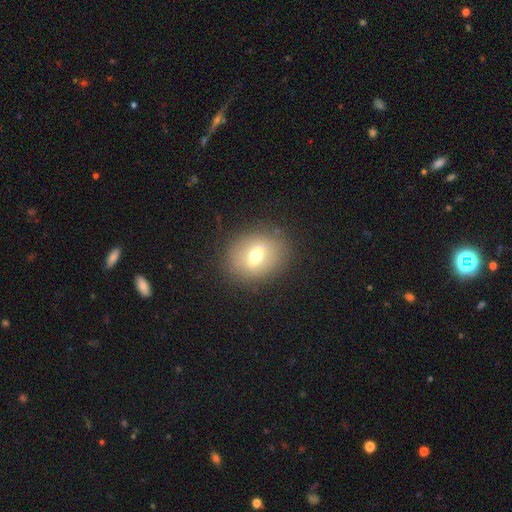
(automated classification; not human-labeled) Q: Smooth or featured?
A: smooth (49%); runner-up: featured or disk (40%)
Q: Merging?
A: none (85%); runner-up: minor disturbance (10%)